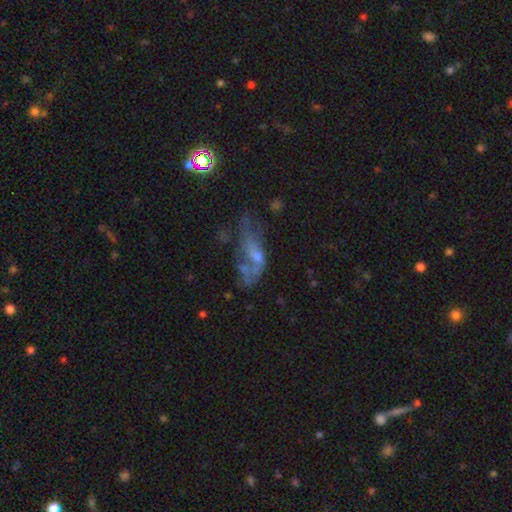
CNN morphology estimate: type=featured or disk (52%); edge-on=no (81%); merging=none (42%).